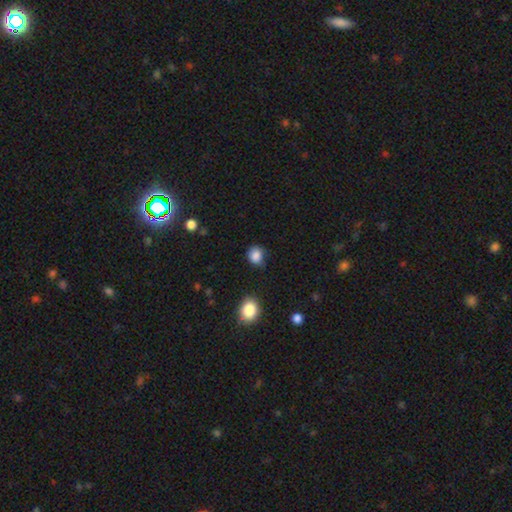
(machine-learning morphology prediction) Overall: smooth (86%). How rounded: round (72%). Merging: none (68%).